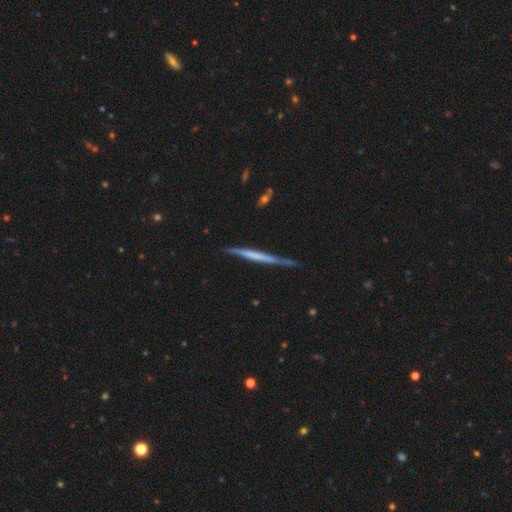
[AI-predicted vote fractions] A featured or disk galaxy (59%) viewed edge-on (95%) with no central bulge (75%).

Vote fractions:
- Smooth or featured? featured or disk: 59% / smooth: 35% / star or artifact: 5%
- Edge-on disk? yes: 95% / no: 5%
- Edge-on bulge? none: 75% / boxy: 14% / rounded: 11%
- Merging? none: 74% / minor disturbance: 19% / major disturbance: 4% / merger: 2%